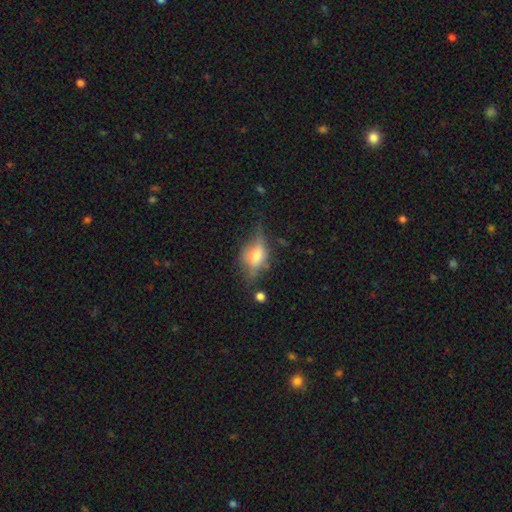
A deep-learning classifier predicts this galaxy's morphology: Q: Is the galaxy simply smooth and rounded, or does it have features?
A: featured or disk — 50%.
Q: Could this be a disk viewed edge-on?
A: yes — 75%.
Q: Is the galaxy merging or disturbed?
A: none — 50%.